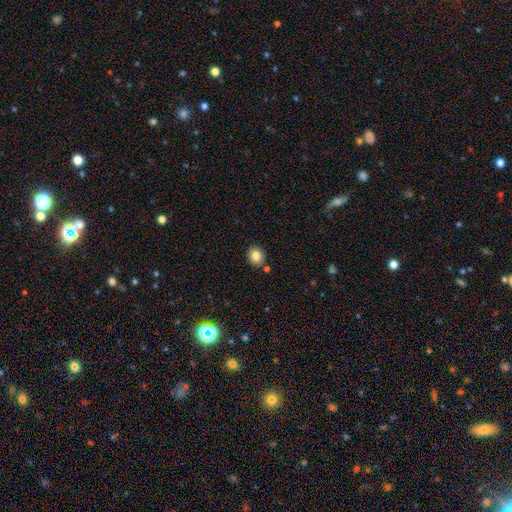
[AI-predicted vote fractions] A smooth galaxy with no disk features (83%) that is round (61%).

Vote fractions:
- Smooth or featured? smooth: 83% / star or artifact: 10% / featured or disk: 7%
- How rounded? round: 61% / in between: 38% / cigar-shaped: 1%
- Merging? none: 84% / minor disturbance: 9% / merger: 5% / major disturbance: 2%